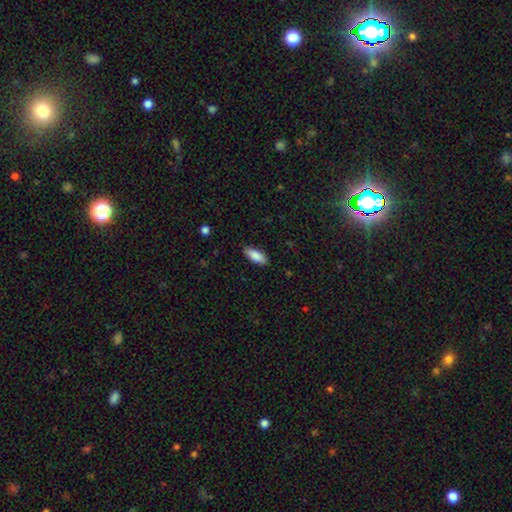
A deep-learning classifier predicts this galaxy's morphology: smooth_or_featured: smooth (p=0.87) [alt: featured or disk p=0.07]
how_rounded: in between (p=0.80) [alt: cigar-shaped p=0.19]
merging: none (p=0.86) [alt: minor disturbance p=0.11]